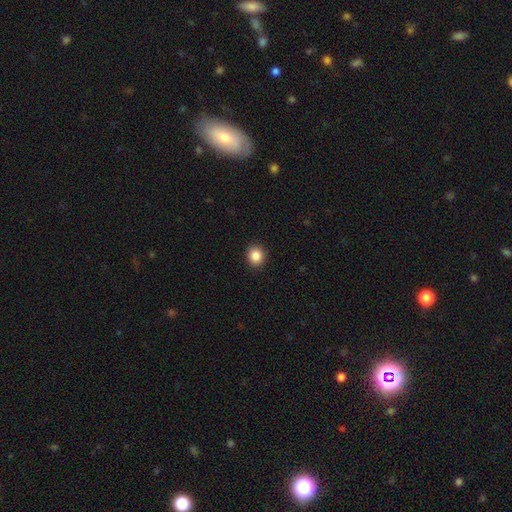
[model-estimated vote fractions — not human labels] Smooth or featured? Predicted: smooth (p=0.87). How rounded? Predicted: round (p=0.79). Merging? Predicted: none (p=0.91).